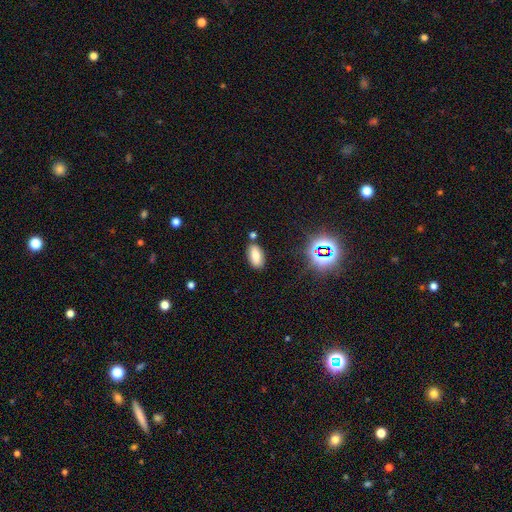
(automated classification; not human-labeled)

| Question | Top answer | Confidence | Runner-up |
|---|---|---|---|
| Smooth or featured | smooth | 74% | star or artifact (14%) |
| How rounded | in between | 91% | cigar-shaped (6%) |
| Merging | none | 79% | minor disturbance (12%) |